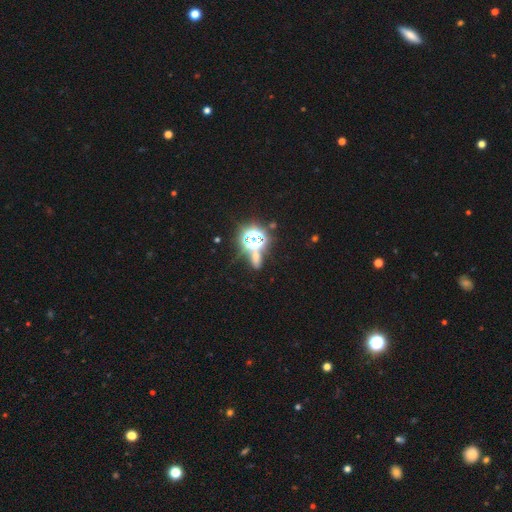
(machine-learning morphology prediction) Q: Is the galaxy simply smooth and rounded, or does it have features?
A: star or artifact — 61%.